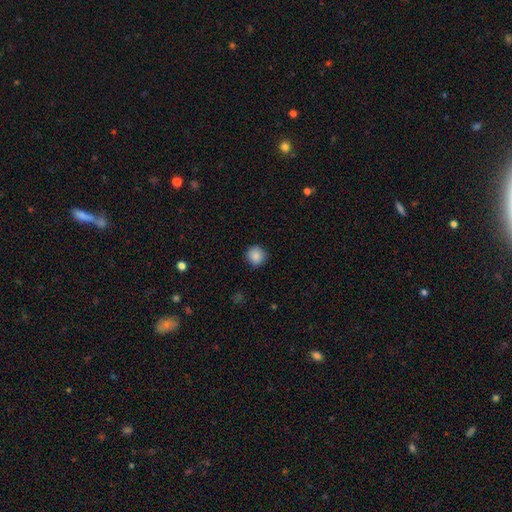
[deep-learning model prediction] smooth_or_featured: smooth (p=0.87) [alt: star or artifact p=0.09]
how_rounded: round (p=0.93) [alt: in between p=0.06]
merging: none (p=0.90) [alt: minor disturbance p=0.07]